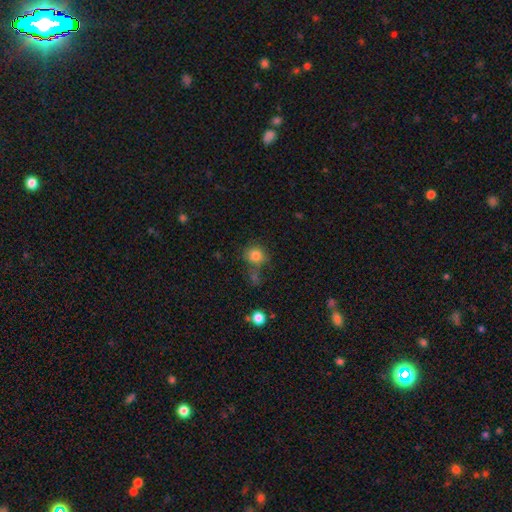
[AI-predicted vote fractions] Smooth or featured? Predicted: smooth (p=0.83). How rounded? Predicted: round (p=0.85). Merging? Predicted: none (p=0.66).